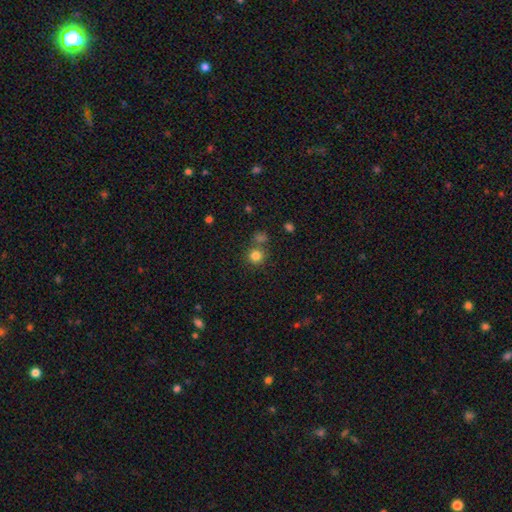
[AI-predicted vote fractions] Smooth or featured? smooth (81%)
How rounded? round (91%)
Merging? none (71%)